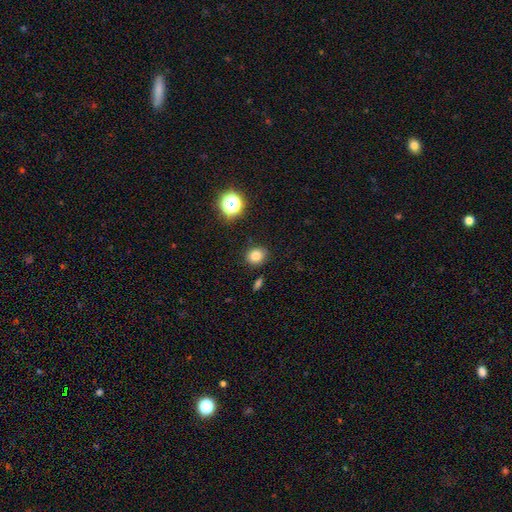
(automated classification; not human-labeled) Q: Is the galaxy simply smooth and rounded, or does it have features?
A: smooth — 81%.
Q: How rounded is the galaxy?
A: round — 71%.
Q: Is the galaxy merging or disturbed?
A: none — 84%.